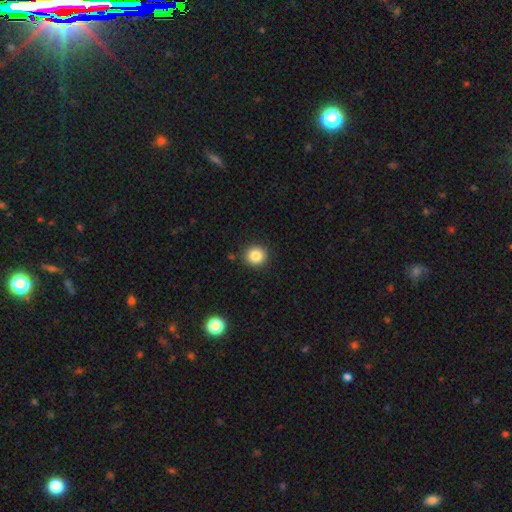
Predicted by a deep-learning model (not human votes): Smooth or featured? Predicted: smooth (p=0.85). How rounded? Predicted: round (p=0.91). Merging? Predicted: none (p=0.90).